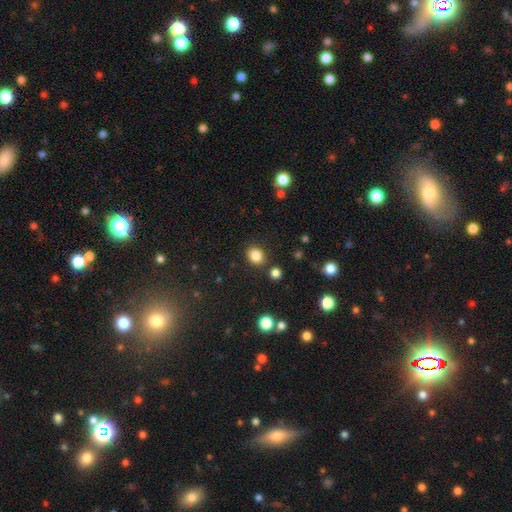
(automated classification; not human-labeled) Overall: smooth (84%). How rounded: round (63%; in between 36%). Merging: none (84%).